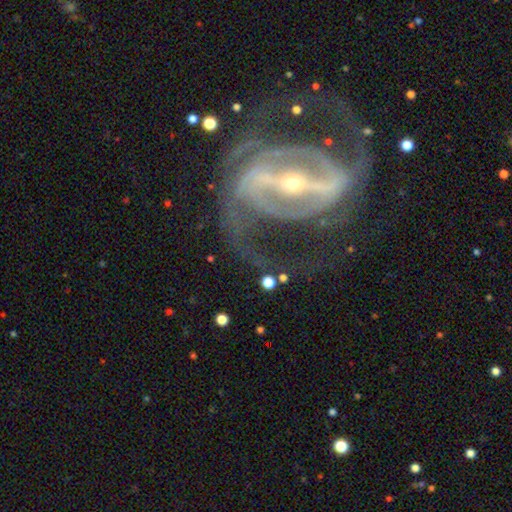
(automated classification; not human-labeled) Smooth or featured?
  - featured or disk: 92% *
  - star or artifact: 6%
  - smooth: 3%
Edge-on disk?
  - no: 95% *
  - yes: 5%
Bar?
  - strong: 85% *
  - weak: 11%
  - no: 4%
Spiral arms?
  - yes: 97% *
  - no: 3%
Spiral winding?
  - medium: 53% *
  - tight: 28%
  - loose: 19%
Spiral arm count?
  - 2: 75% *
  - 3: 8%
  - can't tell: 7%
  - 4: 4%
  - 1: 3%
  - more than 4: 3%
Bulge size?
  - small: 73% *
  - moderate: 23%
  - large: 2%
  - dominant: 1%
  - none: 1%
Merging?
  - none: 62% *
  - major disturbance: 20%
  - minor disturbance: 15%
  - merger: 3%